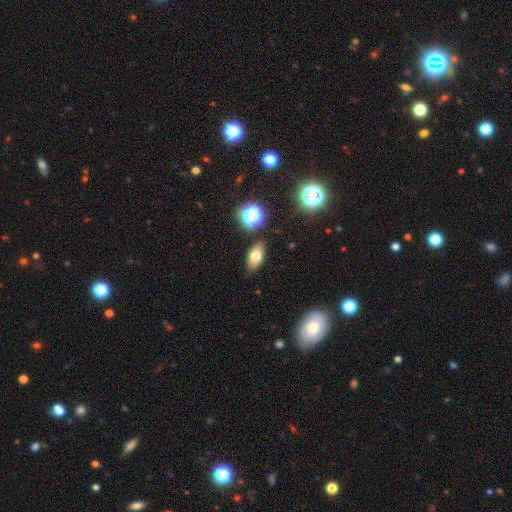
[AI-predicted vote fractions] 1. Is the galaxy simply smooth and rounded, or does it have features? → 71% smooth, 16% featured or disk, 12% star or artifact.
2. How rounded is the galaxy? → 85% in between, 8% round, 6% cigar-shaped.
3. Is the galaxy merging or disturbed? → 83% none, 11% minor disturbance, 3% merger, 3% major disturbance.